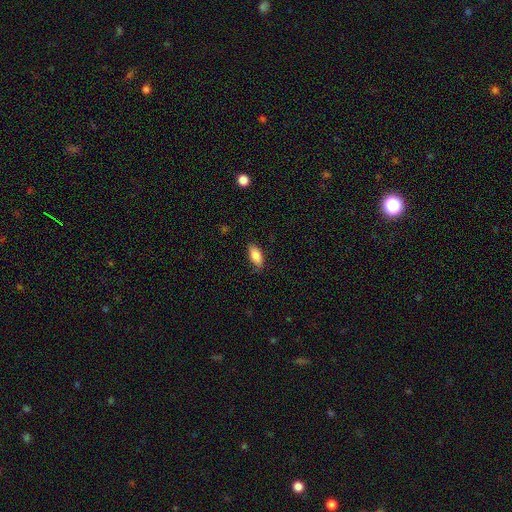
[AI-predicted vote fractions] smooth-or-featured: smooth: 86% | featured or disk: 8% | star or artifact: 7%
  how-rounded: in between: 87% | cigar-shaped: 11% | round: 2%
  merging: none: 80% | minor disturbance: 16% | major disturbance: 3% | merger: 1%